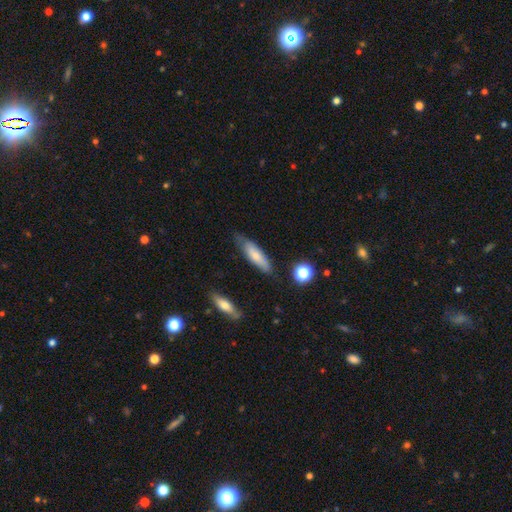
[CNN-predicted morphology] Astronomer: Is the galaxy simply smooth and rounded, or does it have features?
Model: smooth — 68%.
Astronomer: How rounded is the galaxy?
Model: cigar-shaped — 56% (runner-up: in between, 42%).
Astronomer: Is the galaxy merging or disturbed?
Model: none — 68%.